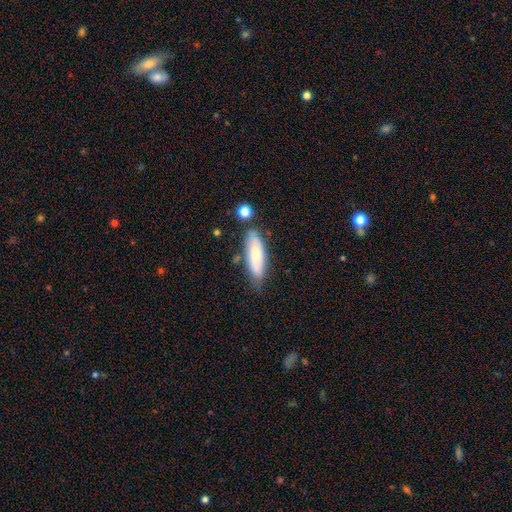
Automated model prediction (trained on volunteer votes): Morphology: type=smooth (66%); roundness=in between (51%); merging=none (65%).